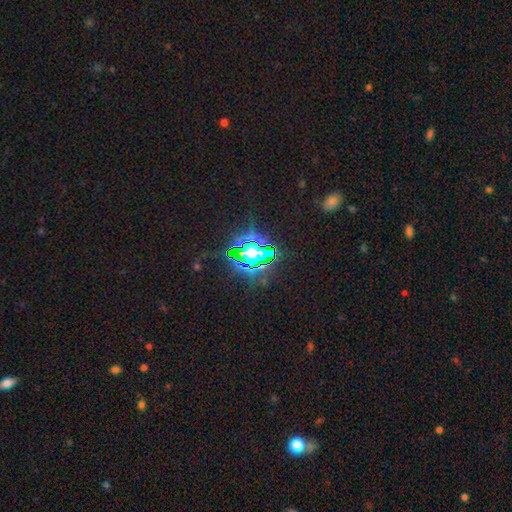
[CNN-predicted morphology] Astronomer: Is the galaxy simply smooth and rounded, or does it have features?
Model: star or artifact — 73%.